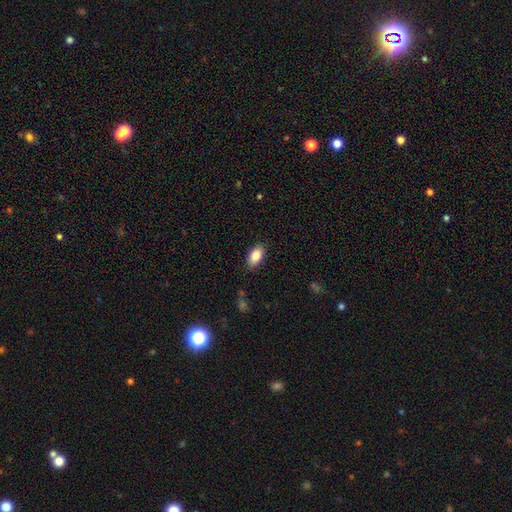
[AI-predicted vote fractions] Overall: smooth (85%). How rounded: in between (92%). Merging: none (87%).